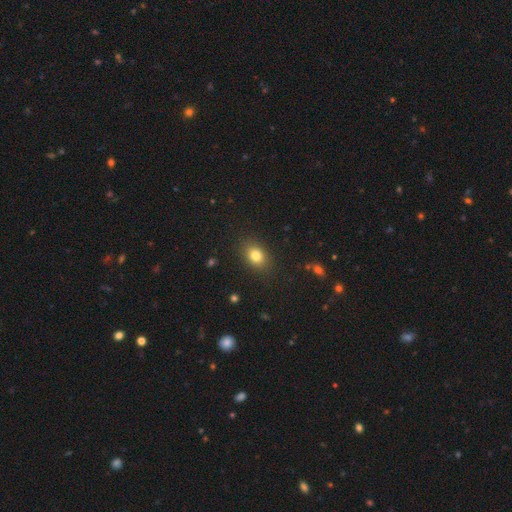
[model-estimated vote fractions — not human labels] Smooth or featured: smooth — 82% (star or artifact — 11%)
How rounded: in between — 68% (round — 31%)
Merging: none — 86% (minor disturbance — 10%)